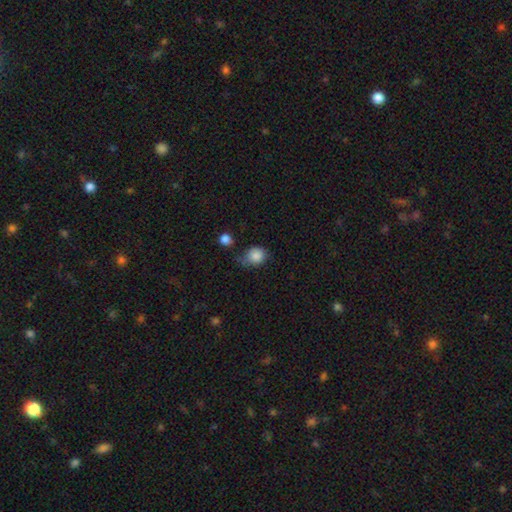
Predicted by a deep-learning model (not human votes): smooth_or_featured: smooth (p=0.85) [alt: star or artifact p=0.09]
how_rounded: round (p=0.73) [alt: in between p=0.26]
merging: none (p=0.44) [alt: minor disturbance p=0.33]